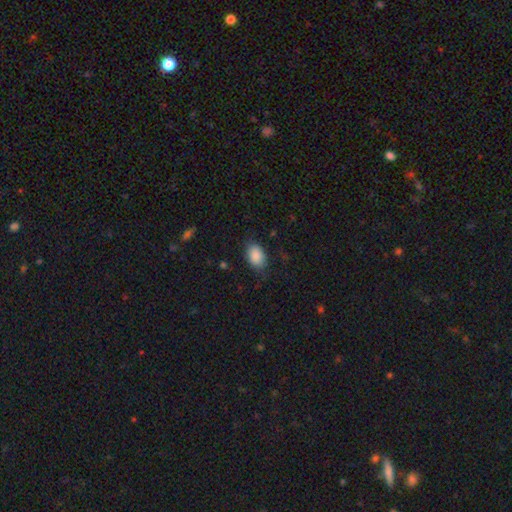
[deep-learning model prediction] Overall: smooth (88%). How rounded: in between (85%). Merging: none (77%).